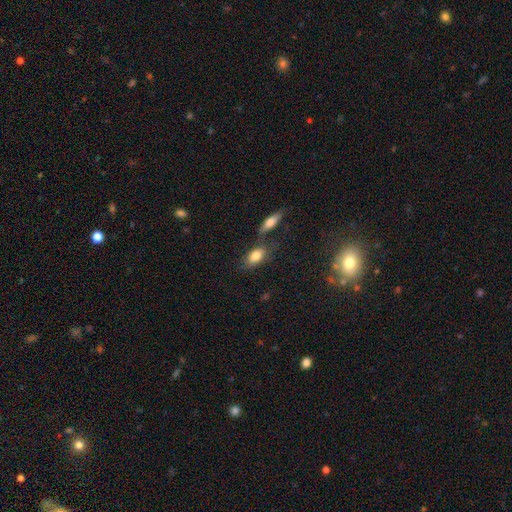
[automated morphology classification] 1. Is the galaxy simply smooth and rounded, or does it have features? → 81% smooth, 12% featured or disk, 7% star or artifact.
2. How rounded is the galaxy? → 88% in between, 6% cigar-shaped, 6% round.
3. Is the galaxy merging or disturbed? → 61% none, 20% merger, 15% minor disturbance, 4% major disturbance.